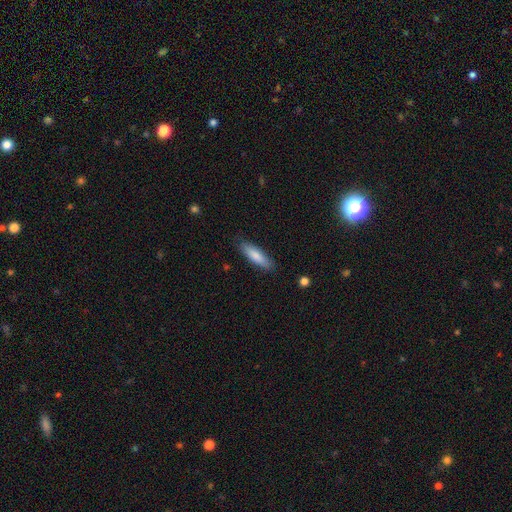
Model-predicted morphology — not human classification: This is clearly a smooth galaxy (80%). How rounded: likely cigar-shaped (64%). Merging: clearly none (85%).